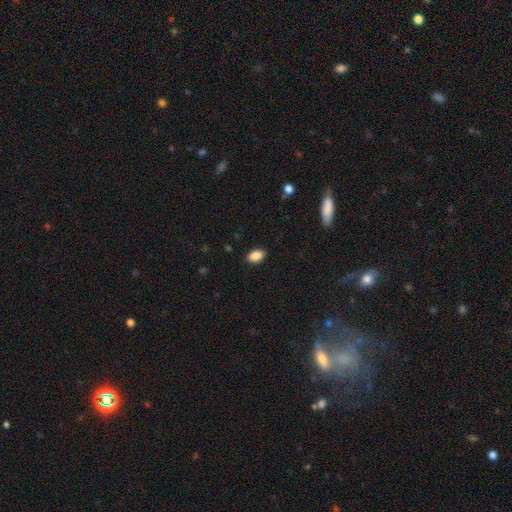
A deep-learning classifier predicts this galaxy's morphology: type=smooth (89%); roundness=in between (89%); merging=none (89%).